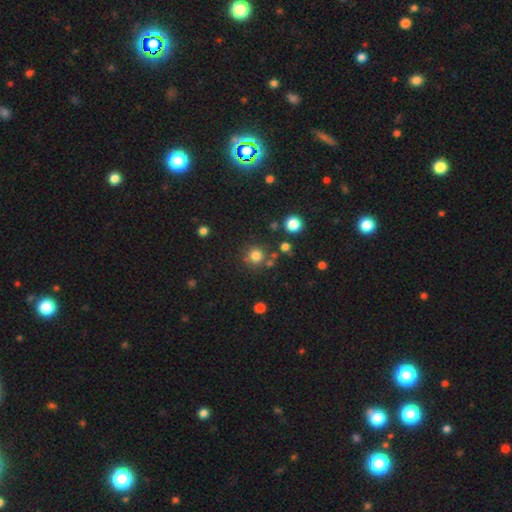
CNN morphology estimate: Smooth or featured?
  - smooth: 79% *
  - star or artifact: 15%
  - featured or disk: 6%
How rounded?
  - round: 93% *
  - in between: 6%
  - cigar-shaped: 1%
Merging?
  - none: 80% *
  - minor disturbance: 8%
  - merger: 8%
  - major disturbance: 3%